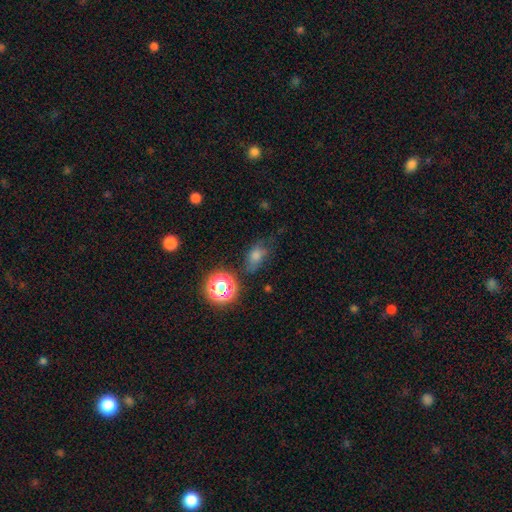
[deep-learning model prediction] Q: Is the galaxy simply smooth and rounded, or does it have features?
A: smooth — 65%.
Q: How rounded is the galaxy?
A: in between — 68%.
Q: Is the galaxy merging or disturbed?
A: none — 56%.